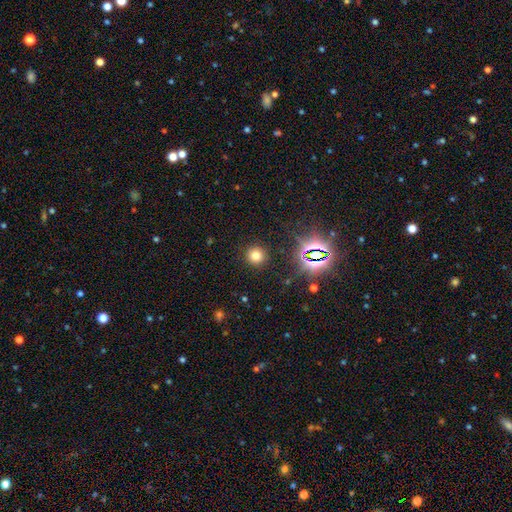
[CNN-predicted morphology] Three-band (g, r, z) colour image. It shows a smooth galaxy with no disk features (71%) that is round (94%). Merging: none (91%).